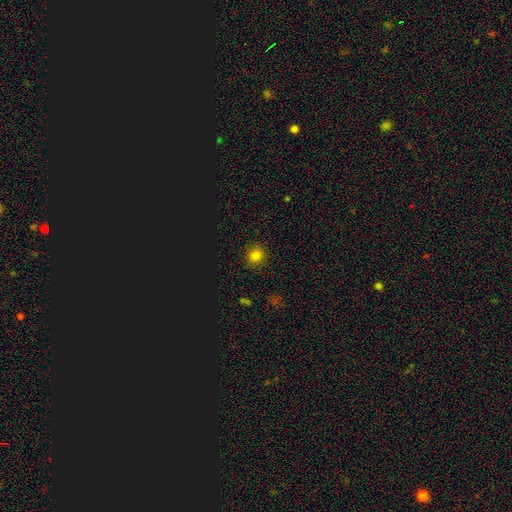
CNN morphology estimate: This appears to be a smooth galaxy with no disk features (76%) that is round (84%). Merging: none (88%).